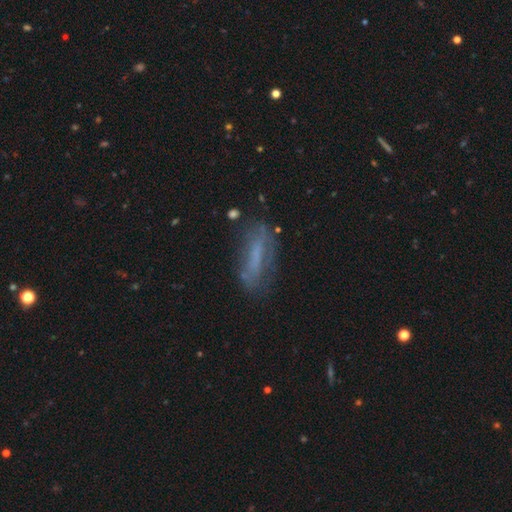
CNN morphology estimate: Smooth or featured? Predicted: smooth (p=0.47). Merging? Predicted: none (p=0.66).